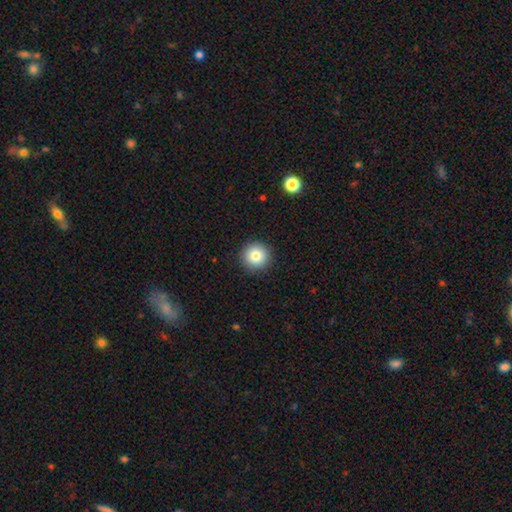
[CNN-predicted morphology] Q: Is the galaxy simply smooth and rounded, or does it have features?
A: smooth — 83%.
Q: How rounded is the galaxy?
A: round — 96%.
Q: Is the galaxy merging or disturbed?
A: none — 92%.